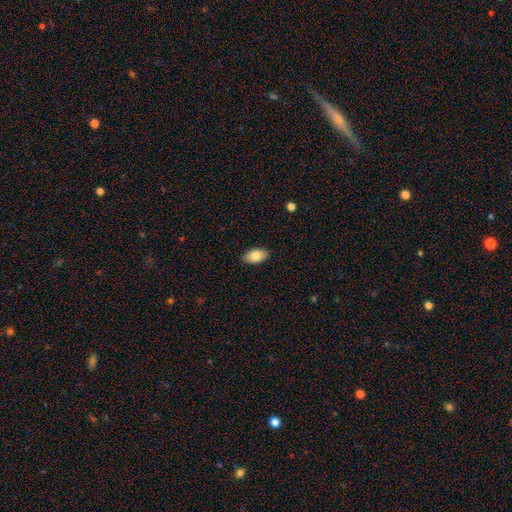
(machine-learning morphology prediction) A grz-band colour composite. It shows a smooth galaxy with no disk features (83%) that is in between round and cigar-shaped (94%). Merging: none (88%).